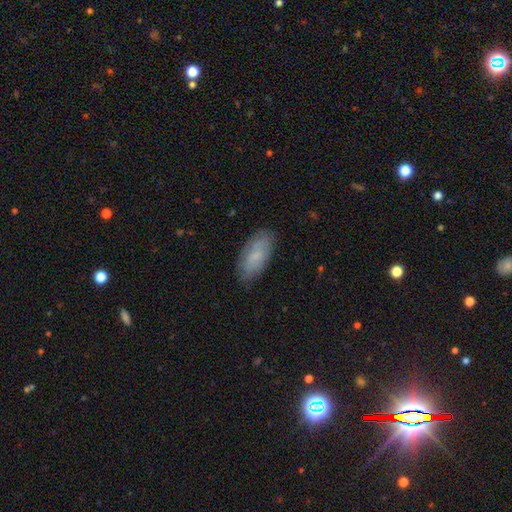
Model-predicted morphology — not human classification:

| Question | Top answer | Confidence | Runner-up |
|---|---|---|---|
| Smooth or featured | smooth | 71% | featured or disk (22%) |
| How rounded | in between | 87% | cigar-shaped (11%) |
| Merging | none | 81% | minor disturbance (15%) |